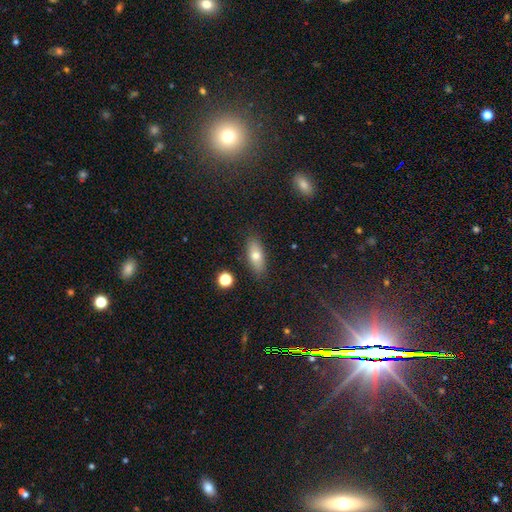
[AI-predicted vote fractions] Morphology: type=smooth (71%); roundness=in between (77%); merging=none (86%).